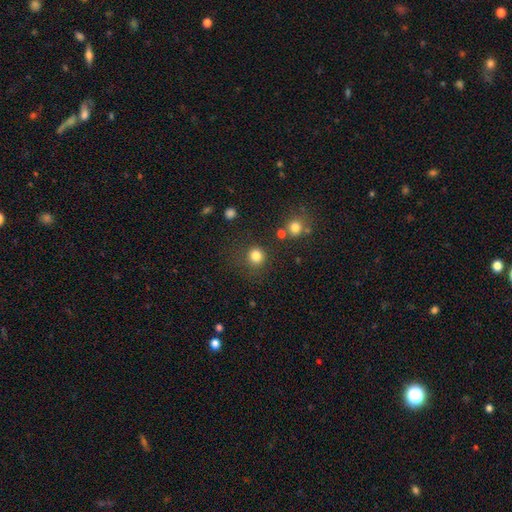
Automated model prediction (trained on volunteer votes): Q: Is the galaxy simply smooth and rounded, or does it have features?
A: smooth — 82%.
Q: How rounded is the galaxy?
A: round — 90%.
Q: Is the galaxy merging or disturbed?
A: none — 80%.